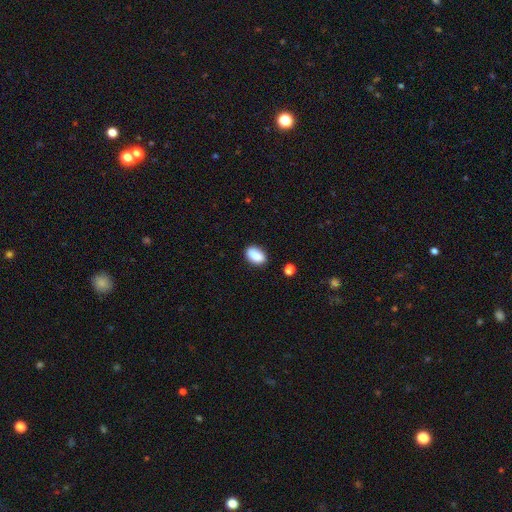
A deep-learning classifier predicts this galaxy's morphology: smooth_or_featured: smooth (p=0.85) [alt: star or artifact p=0.08]
how_rounded: in between (p=0.89) [alt: round p=0.09]
merging: none (p=0.82) [alt: minor disturbance p=0.13]